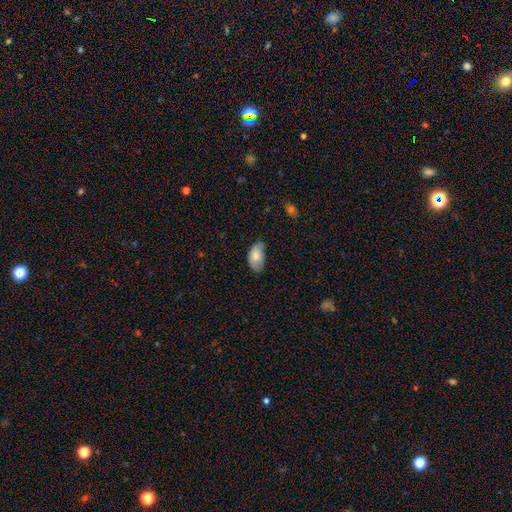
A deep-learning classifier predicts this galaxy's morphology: Smooth or featured? Predicted: smooth (p=0.78). How rounded? Predicted: in between (p=0.93). Merging? Predicted: none (p=0.50).